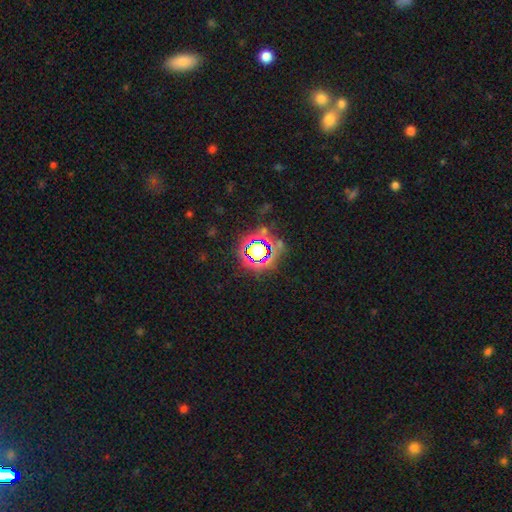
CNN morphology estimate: smooth_or_featured: star or artifact (p=0.71) [alt: smooth p=0.18]